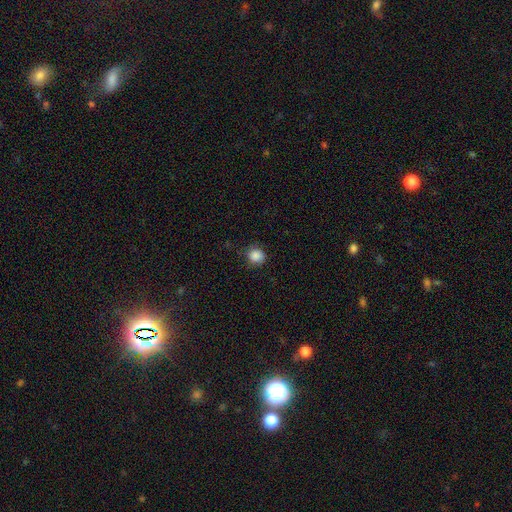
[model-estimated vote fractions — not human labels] This appears to be a smooth galaxy with no disk features (87%) that is round (84%). Merging: none (78%).